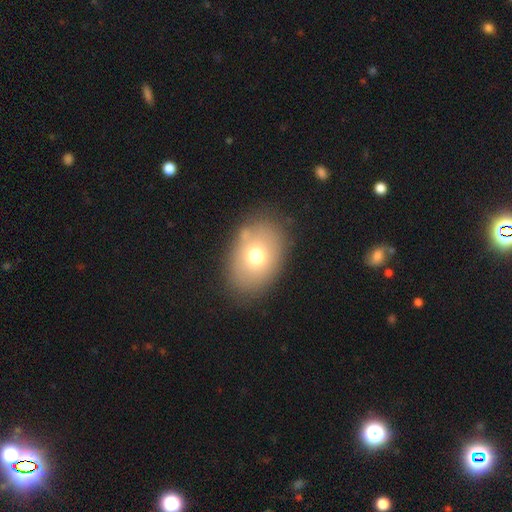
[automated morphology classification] Smooth or featured? smooth (68%)
How rounded? in between (80%)
Merging? none (80%)